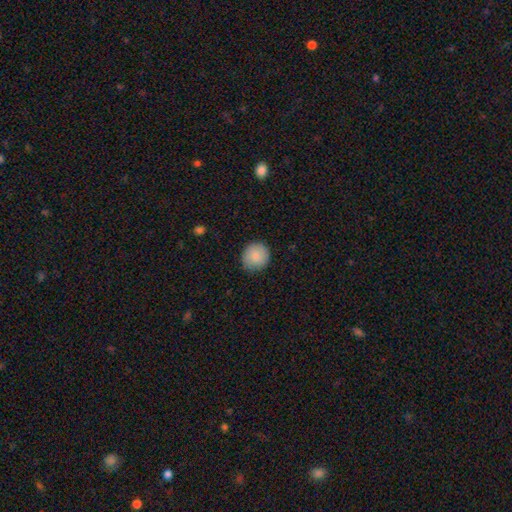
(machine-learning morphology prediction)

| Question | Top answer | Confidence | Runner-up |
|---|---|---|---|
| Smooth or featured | smooth | 85% | star or artifact (8%) |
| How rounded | round | 91% | in between (8%) |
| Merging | none | 84% | minor disturbance (13%) |